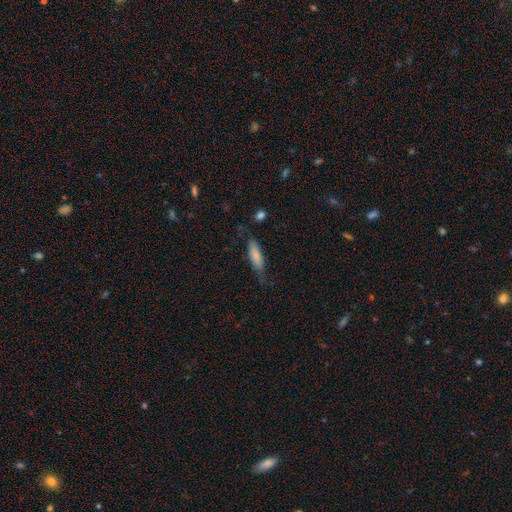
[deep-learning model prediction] Smooth or featured? smooth (75%)
How rounded? cigar-shaped (57%)
Merging? none (64%)